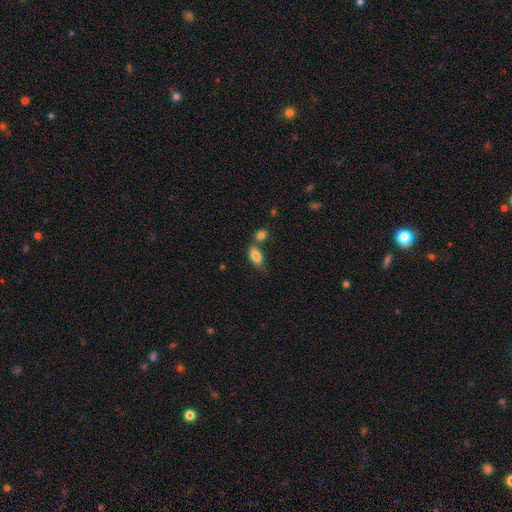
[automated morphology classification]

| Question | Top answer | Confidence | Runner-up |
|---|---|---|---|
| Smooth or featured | smooth | 81% | featured or disk (11%) |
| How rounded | in between | 86% | round (7%) |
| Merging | none | 41% | merger (30%) |